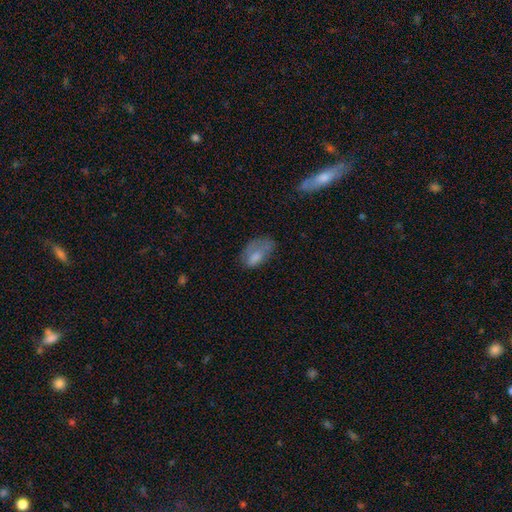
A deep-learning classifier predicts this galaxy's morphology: smooth-or-featured: smooth: 70% | featured or disk: 20% | star or artifact: 10%
  how-rounded: in between: 91% | round: 6% | cigar-shaped: 3%
  merging: none: 33% | minor disturbance: 32% | major disturbance: 32% | merger: 4%